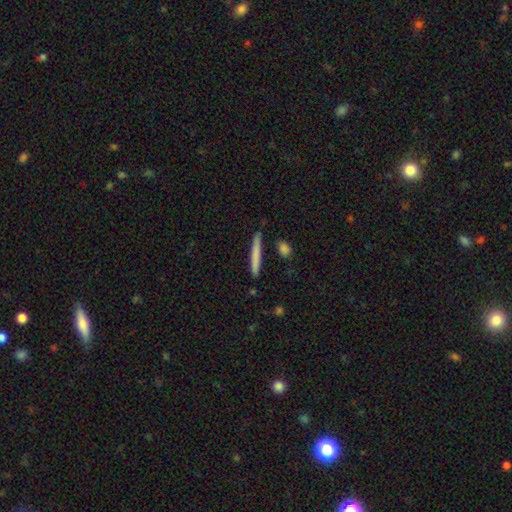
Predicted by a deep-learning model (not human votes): The model was most divided on "smooth or featured": smooth: 74%, featured or disk: 21%, star or artifact: 6%. More confident: how rounded — cigar-shaped (96%); merging — none (87%).